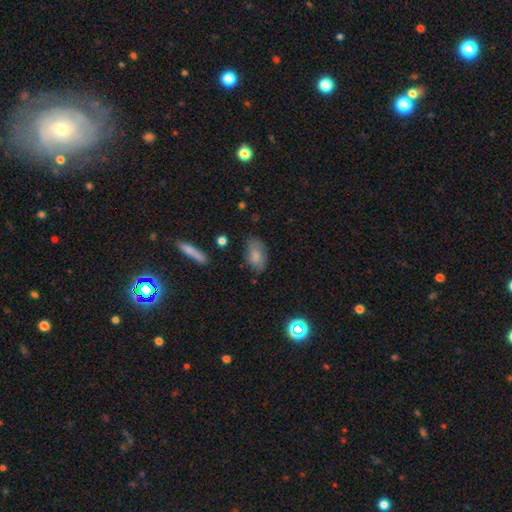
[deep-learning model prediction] Smooth or featured: smooth — 74% (featured or disk — 19%)
How rounded: in between — 89% (round — 8%)
Merging: none — 65% (minor disturbance — 25%)